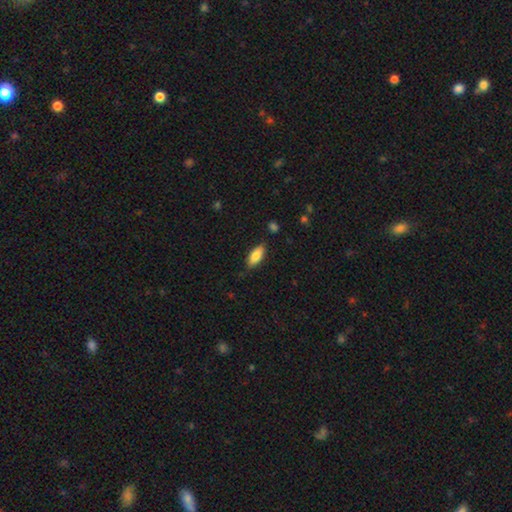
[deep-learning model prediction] The model was most divided on "how rounded": in between: 82%, cigar-shaped: 15%, round: 2%. More confident: merging — none (82%); smooth or featured — smooth (81%).